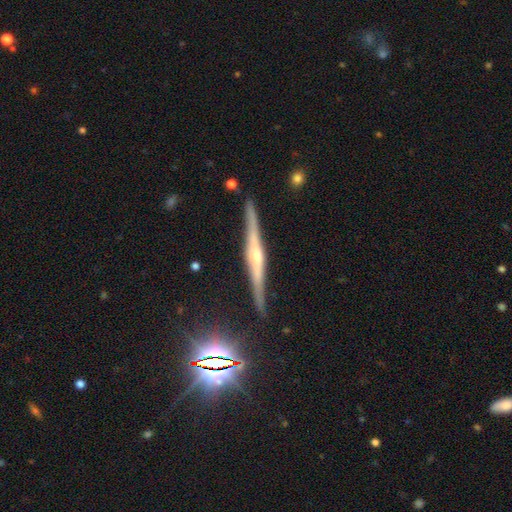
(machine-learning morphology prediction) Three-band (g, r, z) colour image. It shows a featured or disk galaxy (78%) viewed edge-on (98%) with a rounded central bulge (70%). Merging: none (89%).